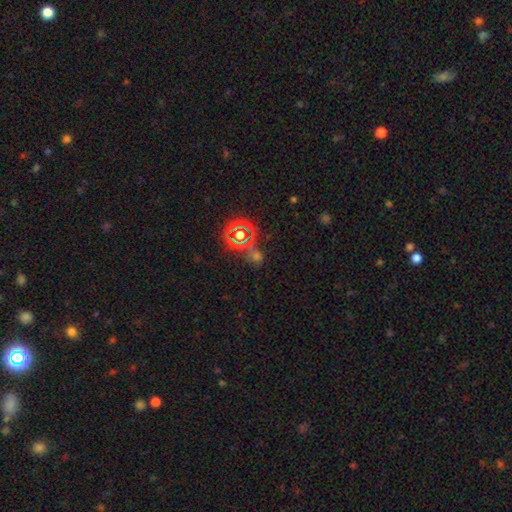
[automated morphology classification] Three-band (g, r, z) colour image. It shows a star or artifact, not a galaxy (63%).